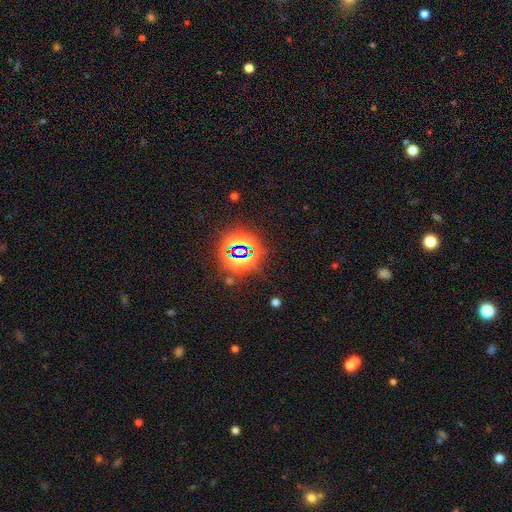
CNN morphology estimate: Q: Smooth or featured?
A: star or artifact (81%); runner-up: smooth (11%)